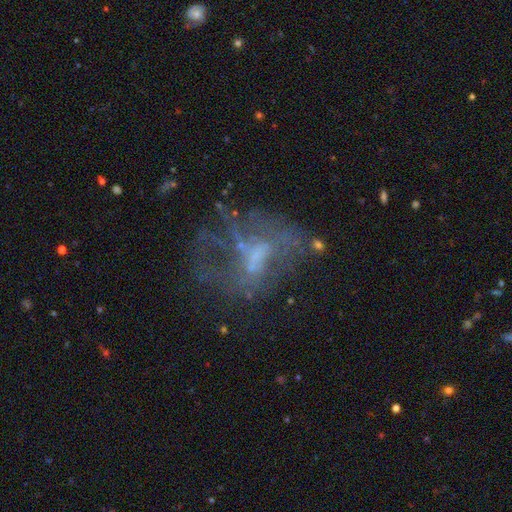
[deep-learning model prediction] The model was most divided on "merging": none: 41%, major disturbance: 37%, minor disturbance: 15%, merger: 7%. Remaining: edge-on disk — no (96%); spiral arms — no (72%); bar — no (61%); smooth or featured — featured or disk (60%); bulge size — none (47%).